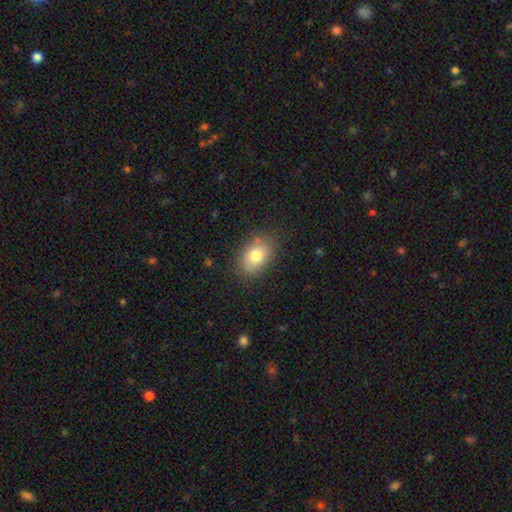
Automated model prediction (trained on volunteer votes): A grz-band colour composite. It shows a smooth galaxy with no disk features (79%) that is in between round and cigar-shaped (80%). Merging: none (80%).